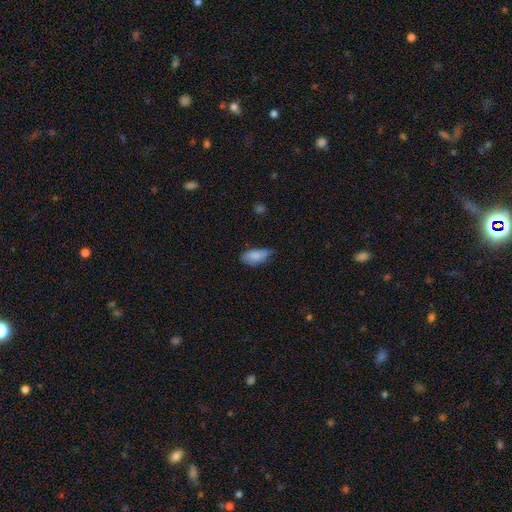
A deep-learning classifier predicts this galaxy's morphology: smooth 82%, featured or disk 11%, star or artifact 7%. Down the decision tree: how rounded — in between (88%); merging — minor disturbance (44%).